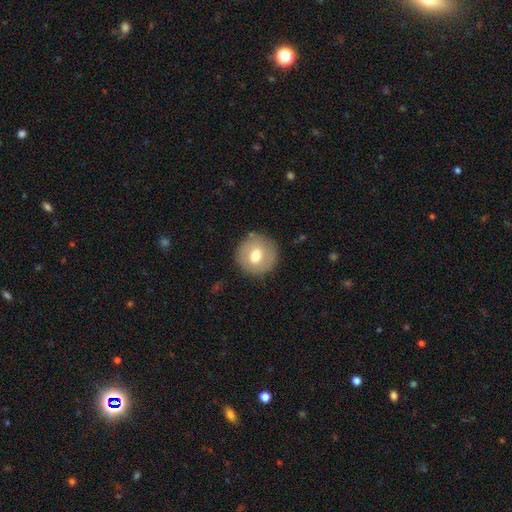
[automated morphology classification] The model was most divided on "smooth or featured": smooth: 67%, featured or disk: 25%, star or artifact: 8%. More confident: how rounded — round (93%); merging — none (86%).